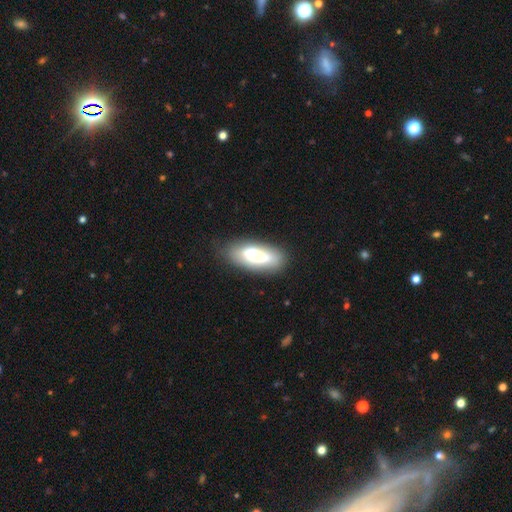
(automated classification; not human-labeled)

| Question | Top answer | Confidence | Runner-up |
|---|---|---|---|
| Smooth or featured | smooth | 61% | featured or disk (31%) |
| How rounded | in between | 68% | cigar-shaped (29%) |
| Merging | none | 71% | minor disturbance (19%) |